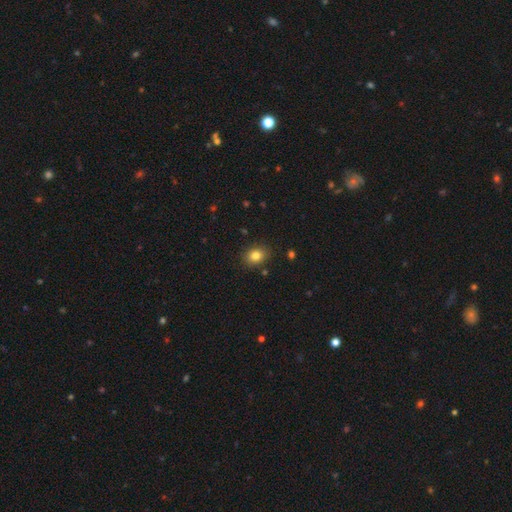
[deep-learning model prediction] smooth_or_featured: smooth (p=0.82) [alt: star or artifact p=0.11]
how_rounded: in between (p=0.57) [alt: round p=0.42]
merging: none (p=0.87) [alt: minor disturbance p=0.09]